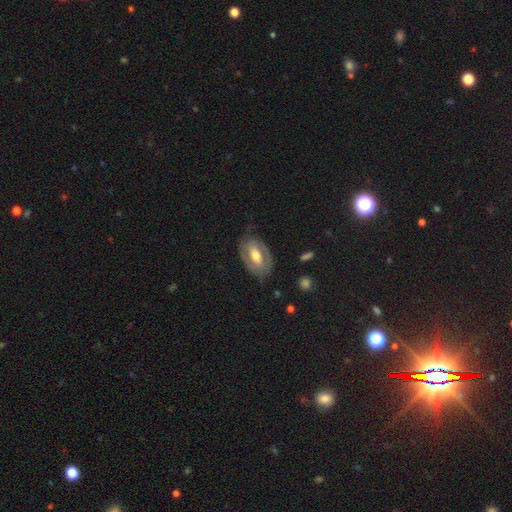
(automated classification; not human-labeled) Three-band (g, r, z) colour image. It shows a featured or disk galaxy (68%) with a weak bar (38%), spiral arms (63%) and a moderate central bulge (68%). Merging: none (72%).